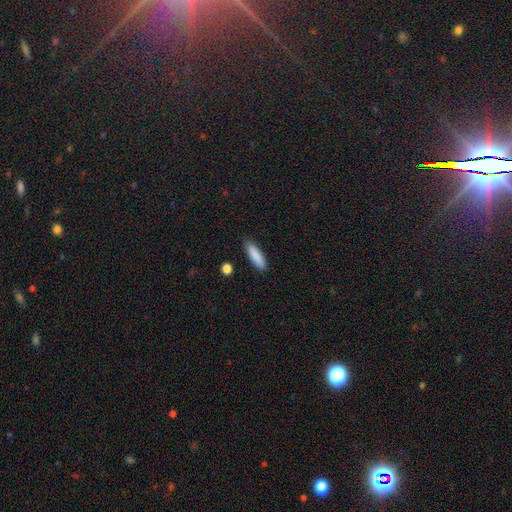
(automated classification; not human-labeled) smooth 87%, featured or disk 7%, star or artifact 6%. Down the decision tree: how rounded — cigar-shaped (68%); merging — none (87%).